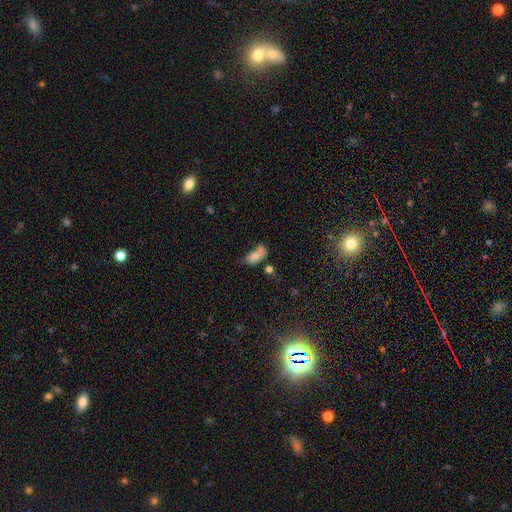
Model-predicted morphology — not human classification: Smooth or featured?
  - smooth: 69% *
  - featured or disk: 19%
  - star or artifact: 12%
How rounded?
  - in between: 88% *
  - round: 7%
  - cigar-shaped: 5%
Merging?
  - none: 32% *
  - minor disturbance: 26%
  - merger: 23%
  - major disturbance: 20%